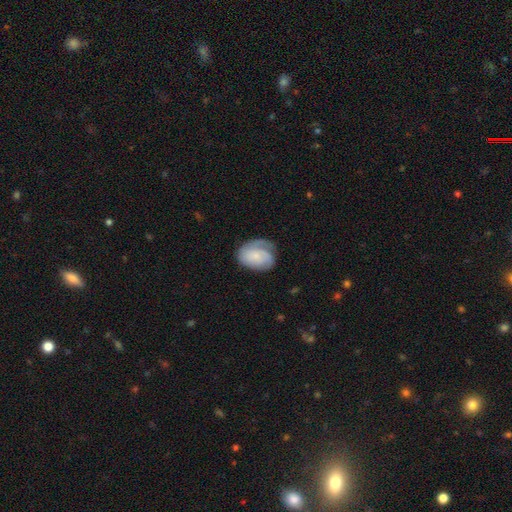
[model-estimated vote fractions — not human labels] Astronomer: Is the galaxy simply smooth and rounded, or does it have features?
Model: featured or disk — 54% (runner-up: smooth, 40%).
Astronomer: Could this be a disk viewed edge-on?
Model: no — 97%.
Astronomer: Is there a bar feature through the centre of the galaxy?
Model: no — 73%.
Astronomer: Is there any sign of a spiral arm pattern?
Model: yes — 88%.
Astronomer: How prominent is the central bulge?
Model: small — 54%.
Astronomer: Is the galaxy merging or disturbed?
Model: none — 54%.